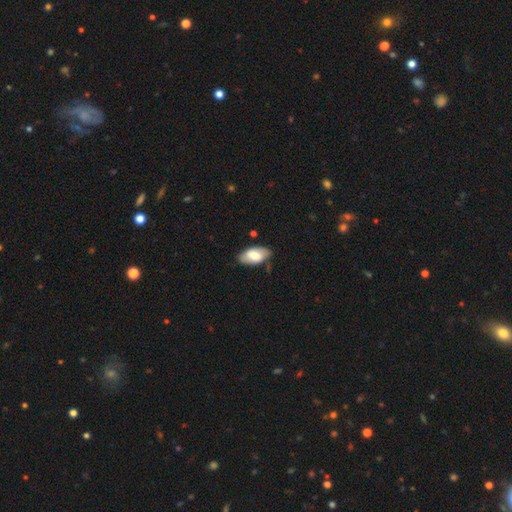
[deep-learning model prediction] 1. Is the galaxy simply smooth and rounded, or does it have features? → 70% smooth, 24% featured or disk, 6% star or artifact.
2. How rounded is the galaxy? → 94% in between, 4% cigar-shaped, 3% round.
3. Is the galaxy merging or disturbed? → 73% none, 20% minor disturbance, 4% major disturbance, 2% merger.